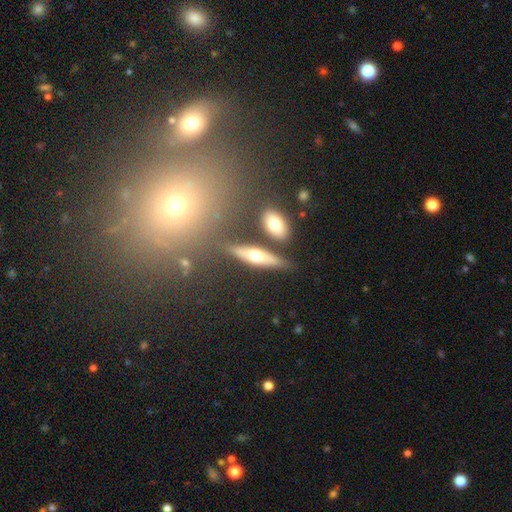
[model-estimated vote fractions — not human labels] Smooth or featured? Predicted: smooth (p=0.46, tied with featured or disk). Merging? Predicted: none (p=0.75).